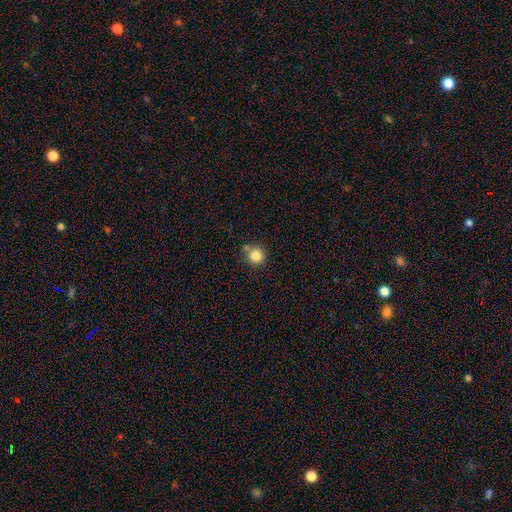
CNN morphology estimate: Smooth or featured?
  - smooth: 83% *
  - star or artifact: 11%
  - featured or disk: 6%
How rounded?
  - round: 93% *
  - in between: 6%
  - cigar-shaped: 1%
Merging?
  - none: 68% *
  - merger: 14%
  - minor disturbance: 13%
  - major disturbance: 4%